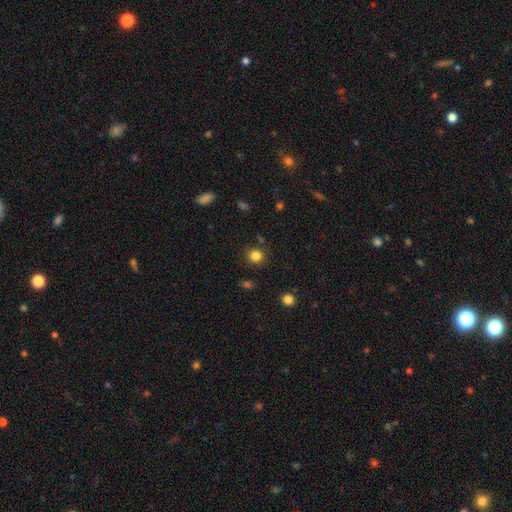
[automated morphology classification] Smooth or featured? Predicted: smooth (p=0.83). How rounded? Predicted: round (p=0.88). Merging? Predicted: none (p=0.86).